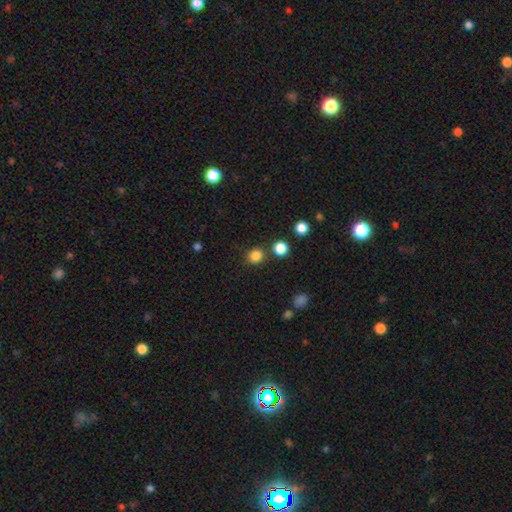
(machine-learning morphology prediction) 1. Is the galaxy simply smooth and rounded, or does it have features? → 83% smooth, 13% star or artifact, 4% featured or disk.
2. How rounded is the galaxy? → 86% round, 13% in between, 1% cigar-shaped.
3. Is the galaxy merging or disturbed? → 83% none, 8% minor disturbance, 6% merger, 3% major disturbance.